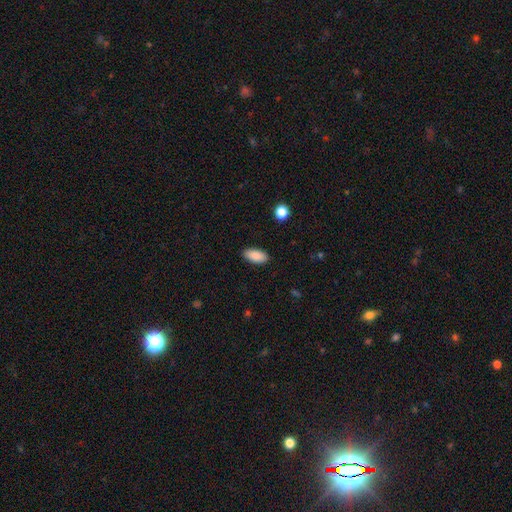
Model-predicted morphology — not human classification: Smooth or featured?
  - smooth: 89% *
  - star or artifact: 7%
  - featured or disk: 5%
How rounded?
  - in between: 93% *
  - cigar-shaped: 5%
  - round: 2%
Merging?
  - none: 88% *
  - minor disturbance: 9%
  - major disturbance: 2%
  - merger: 1%